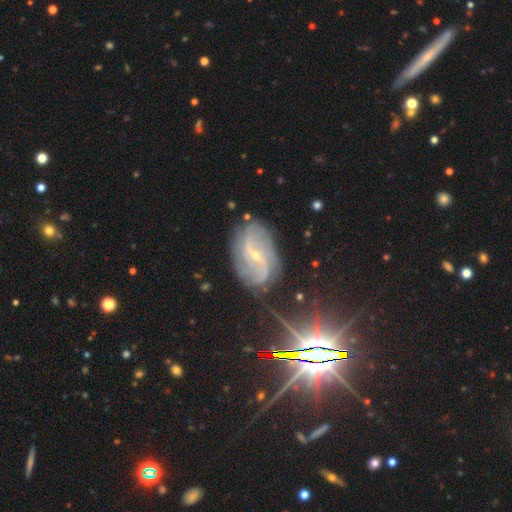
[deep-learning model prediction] The model was most divided on "spiral winding": medium: 39%, loose: 38%, tight: 23%. Remaining: edge-on disk — no (96%); spiral arms — yes (95%); smooth or featured — featured or disk (83%); bulge size — small (79%); merging — none (77%); spiral arm count — 2 (62%); bar — weak (43%).